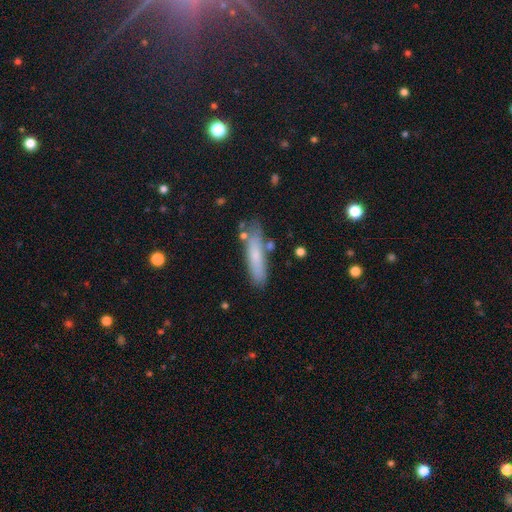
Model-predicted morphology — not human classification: Smooth or featured: smooth — 72% (featured or disk — 20%)
How rounded: cigar-shaped — 77% (in between — 21%)
Merging: none — 73% (minor disturbance — 17%)